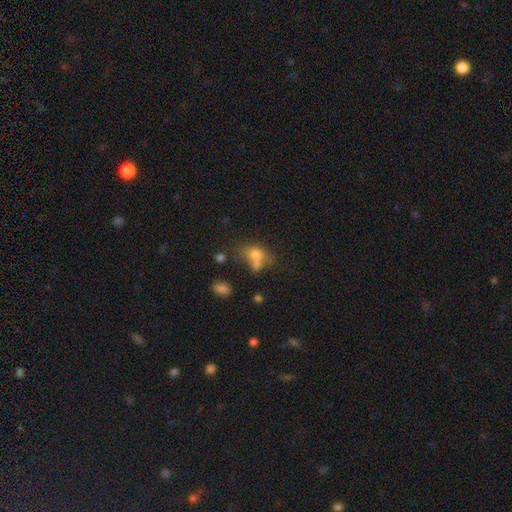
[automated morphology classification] Smooth or featured? Predicted: smooth (p=0.70). How rounded? Predicted: in between (p=0.65). Merging? Predicted: merger (p=0.43).